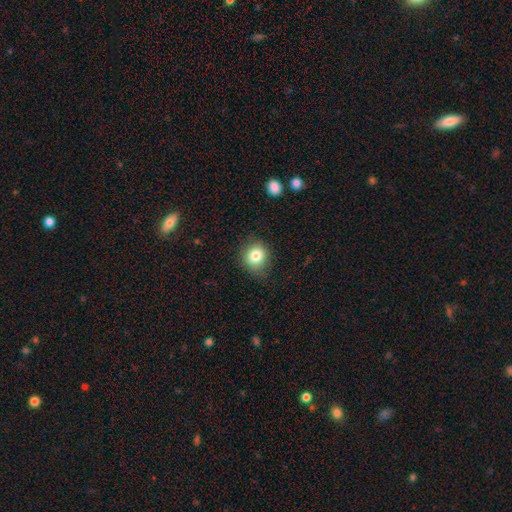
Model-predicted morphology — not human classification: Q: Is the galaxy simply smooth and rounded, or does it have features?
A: smooth — 81%.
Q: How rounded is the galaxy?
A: round — 79%.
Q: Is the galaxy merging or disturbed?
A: none — 79%.